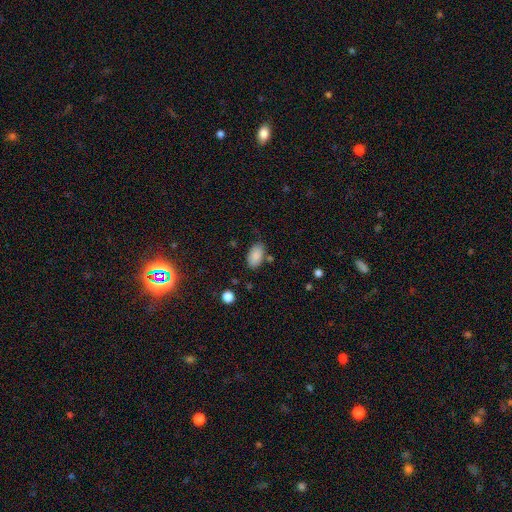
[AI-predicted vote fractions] The model was most divided on "merging": none: 78%, minor disturbance: 14%, merger: 4%, major disturbance: 4%. More confident: how rounded — in between (94%); smooth or featured — smooth (88%).